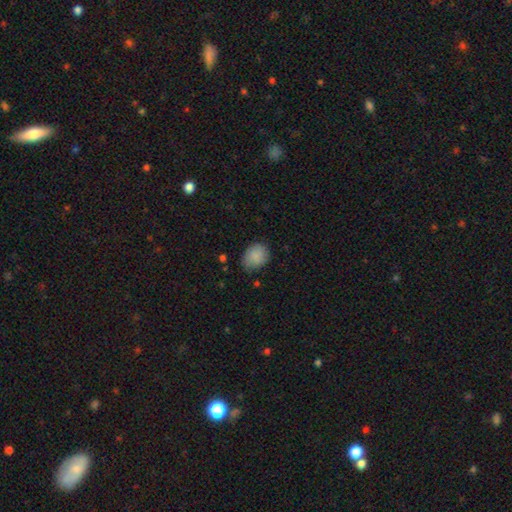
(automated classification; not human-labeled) A smooth galaxy with no disk features (86%) that is in between round and cigar-shaped (56%). Merging: none (73%).